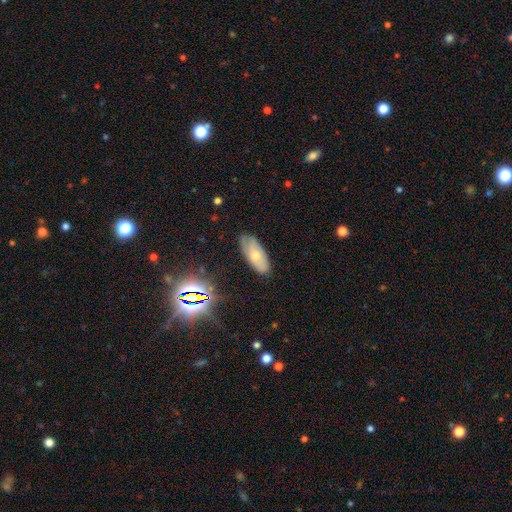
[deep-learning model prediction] Smooth or featured? smooth (58%)
How rounded? in between (85%)
Merging? none (76%)